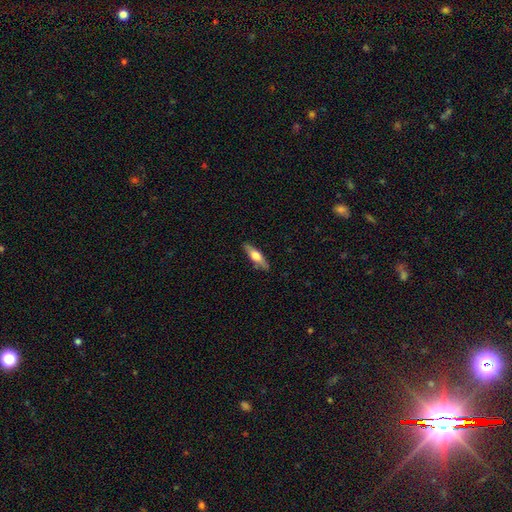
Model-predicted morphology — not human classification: Q: Smooth or featured?
A: smooth (50%); runner-up: featured or disk (44%)
Q: How rounded?
A: cigar-shaped (67%); runner-up: in between (31%)
Q: Merging?
A: none (86%); runner-up: minor disturbance (11%)